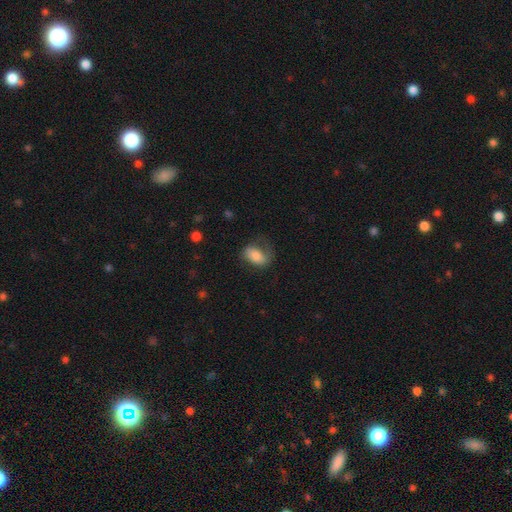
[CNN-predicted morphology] smooth-or-featured: smooth: 63% | featured or disk: 30% | star or artifact: 8%
  how-rounded: in between: 86% | round: 12% | cigar-shaped: 2%
  merging: none: 47% | major disturbance: 27% | minor disturbance: 24% | merger: 2%